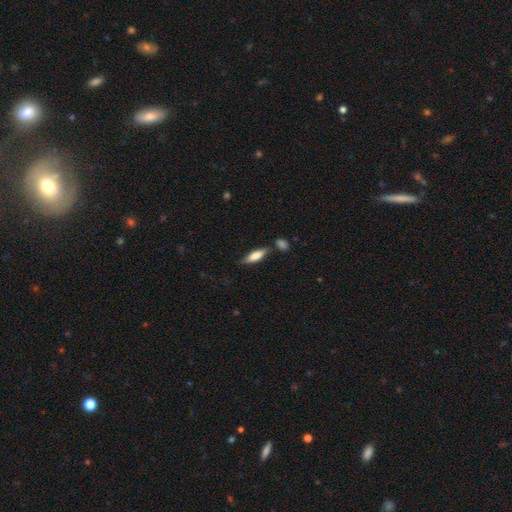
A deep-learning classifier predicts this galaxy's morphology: smooth-or-featured: smooth: 76% | featured or disk: 18% | star or artifact: 6%
  how-rounded: in between: 52% | cigar-shaped: 46% | round: 2%
  merging: none: 69% | minor disturbance: 17% | merger: 9% | major disturbance: 4%